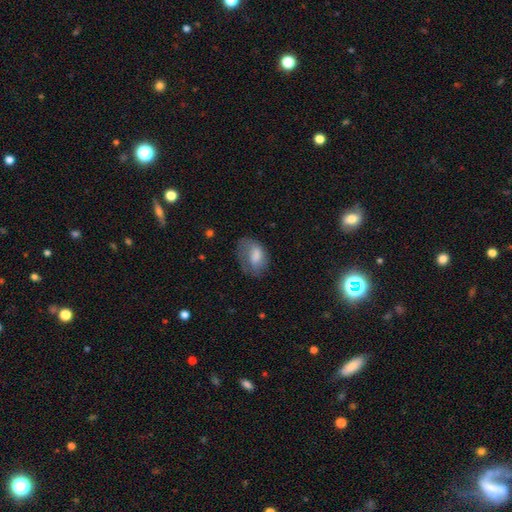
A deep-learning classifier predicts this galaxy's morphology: Smooth or featured? Predicted: smooth (p=0.65). How rounded? Predicted: in between (p=0.84). Merging? Predicted: none (p=0.43).